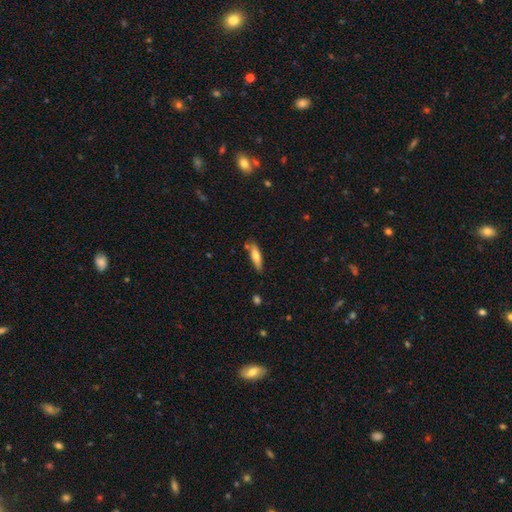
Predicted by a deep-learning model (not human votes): Q: Smooth or featured?
A: smooth (69%); runner-up: featured or disk (25%)
Q: How rounded?
A: cigar-shaped (61%); runner-up: in between (37%)
Q: Merging?
A: none (70%); runner-up: minor disturbance (20%)